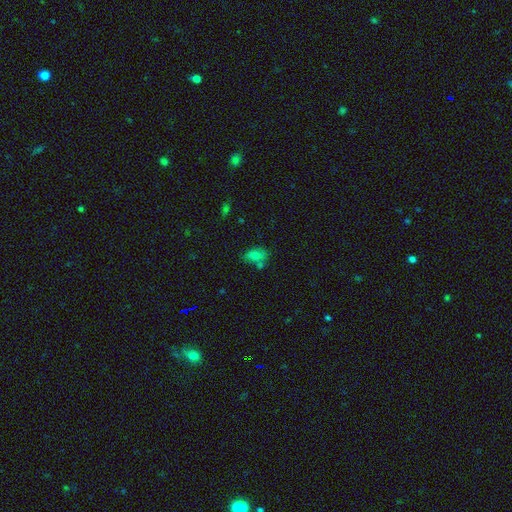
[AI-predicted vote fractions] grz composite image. It shows a smooth galaxy with no disk features (72%) that is in between round and cigar-shaped (86%). Merging: none (47%).